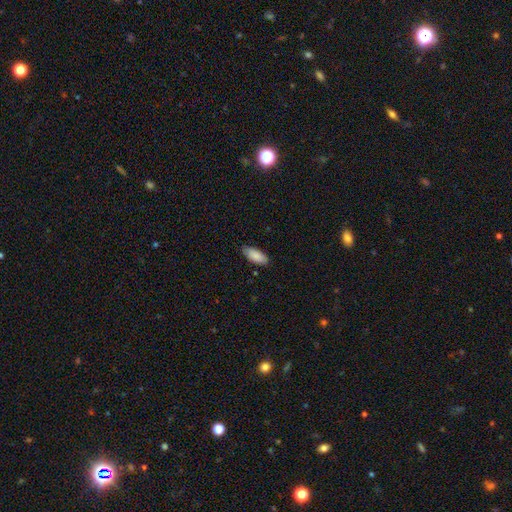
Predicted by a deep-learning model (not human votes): Overall: smooth (89%). How rounded: in between (85%). Merging: none (83%).